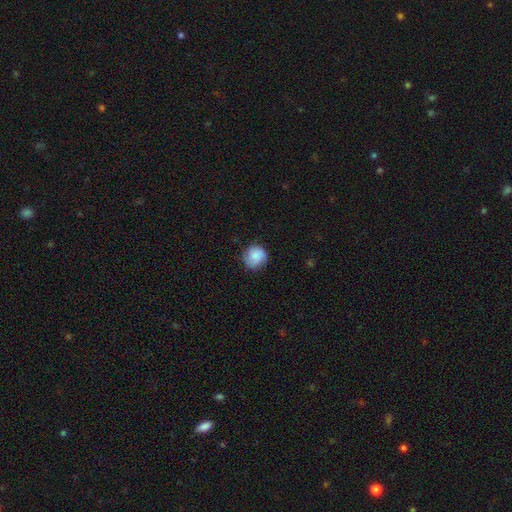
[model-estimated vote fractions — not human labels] This is clearly a smooth galaxy (83%). How rounded: clearly round (89%). Merging: likely none (77%).